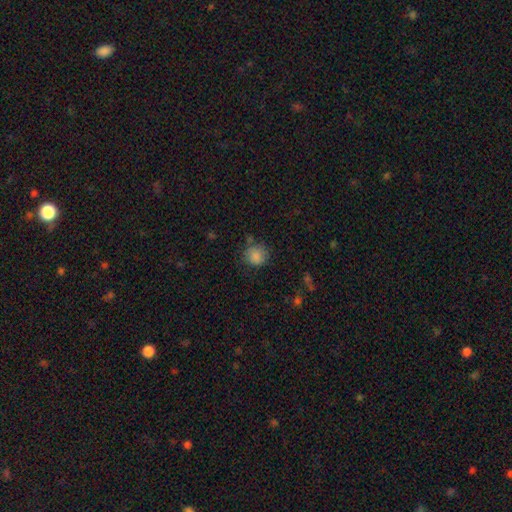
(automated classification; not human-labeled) A smooth galaxy with no disk features (84%) that is round (85%).

Vote fractions:
- Smooth or featured? smooth: 84% / star or artifact: 10% / featured or disk: 6%
- How rounded? round: 85% / in between: 14% / cigar-shaped: 1%
- Merging? none: 71% / minor disturbance: 18% / major disturbance: 6% / merger: 5%